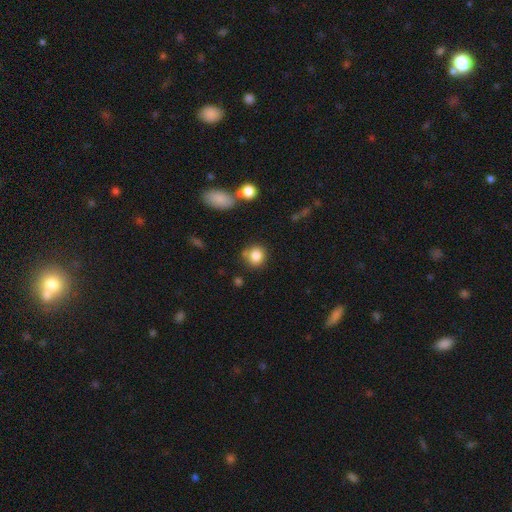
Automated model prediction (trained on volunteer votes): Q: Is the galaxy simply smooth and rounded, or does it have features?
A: smooth — 84%.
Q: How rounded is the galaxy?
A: round — 81%.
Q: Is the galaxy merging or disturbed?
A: none — 73%.